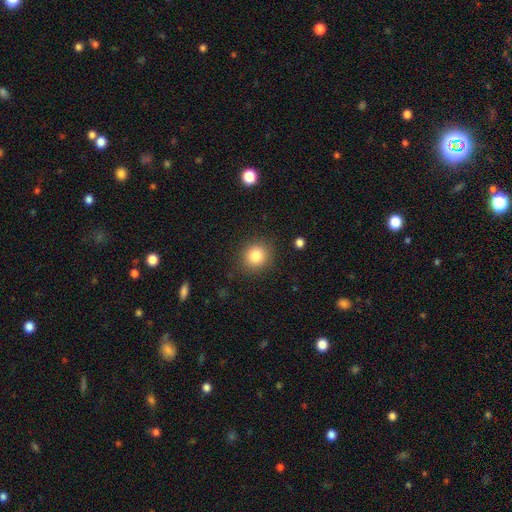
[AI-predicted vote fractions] smooth-or-featured: smooth: 83% | star or artifact: 10% | featured or disk: 6%
  how-rounded: round: 88% | in between: 11% | cigar-shaped: 1%
  merging: none: 87% | minor disturbance: 9% | major disturbance: 3% | merger: 1%